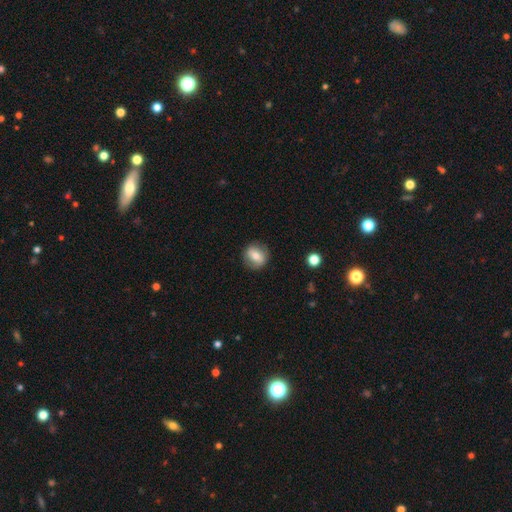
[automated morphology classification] smooth_or_featured: smooth (p=0.63) [alt: featured or disk p=0.29]
how_rounded: round (p=0.78) [alt: in between p=0.21]
merging: none (p=0.84) [alt: minor disturbance p=0.11]